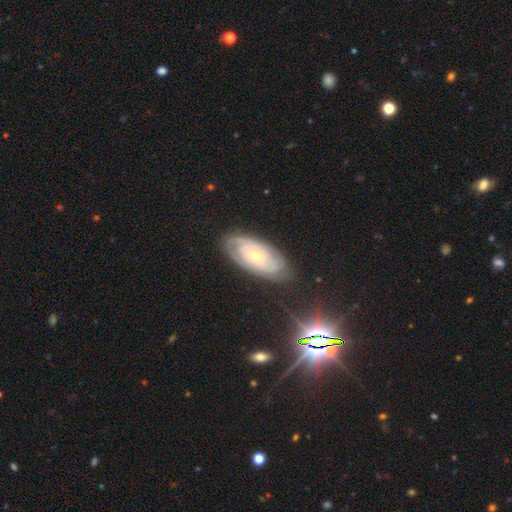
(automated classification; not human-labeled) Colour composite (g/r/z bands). It shows a featured or disk galaxy (76%) with no bar (80%), tight (79%) spiral arms (87%) and a small central bulge (60%). Merging: none (79%).